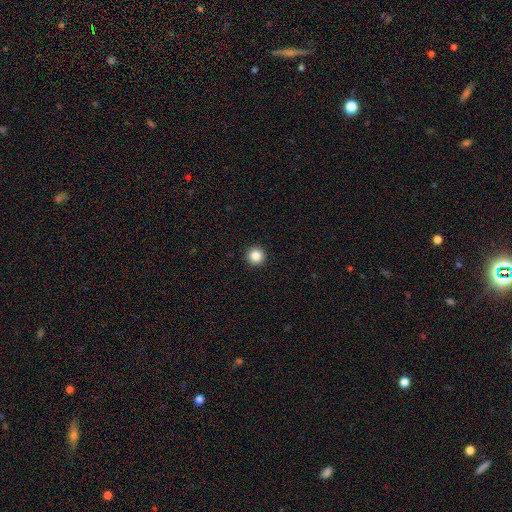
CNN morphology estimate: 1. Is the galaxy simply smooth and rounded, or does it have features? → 86% smooth, 10% star or artifact, 4% featured or disk.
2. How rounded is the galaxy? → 96% round, 3% in between, 1% cigar-shaped.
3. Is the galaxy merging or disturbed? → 94% none, 4% minor disturbance, 1% major disturbance, 1% merger.